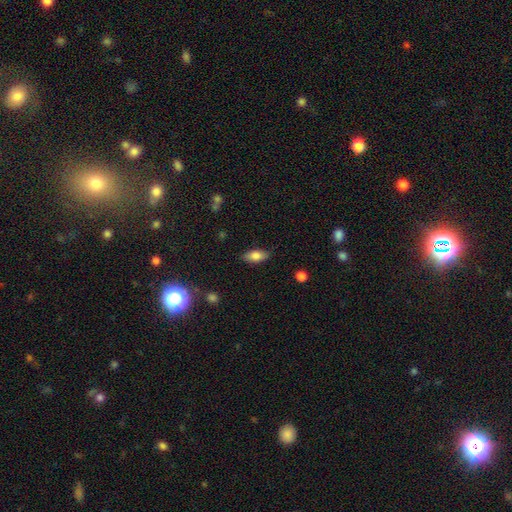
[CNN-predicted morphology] This appears to be a smooth galaxy with no disk features (78%) that is in between round and cigar-shaped (86%). Merging: none (84%).